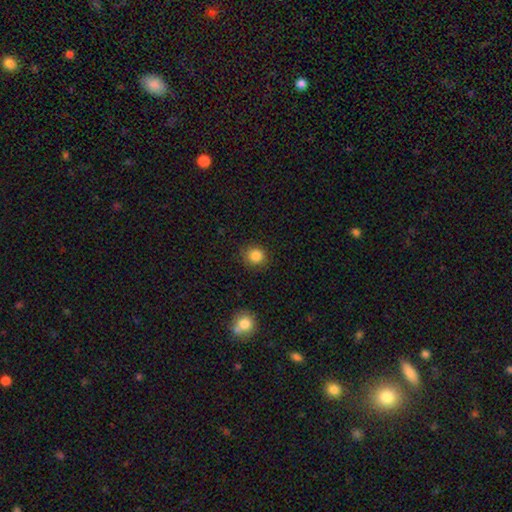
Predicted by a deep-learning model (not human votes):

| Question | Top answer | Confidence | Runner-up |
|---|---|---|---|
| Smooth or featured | smooth | 85% | star or artifact (10%) |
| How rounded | round | 86% | in between (13%) |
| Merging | none | 85% | minor disturbance (11%) |